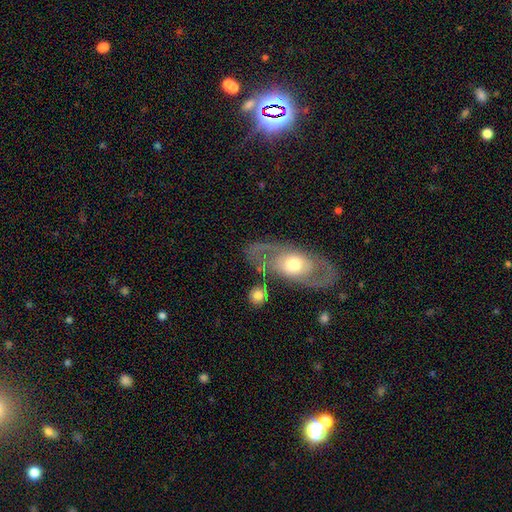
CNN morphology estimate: Q: Smooth or featured?
A: featured or disk (68%); runner-up: smooth (20%)
Q: Edge-on disk?
A: no (86%); runner-up: yes (14%)
Q: Bar?
A: no (79%); runner-up: weak (15%)
Q: Spiral arms?
A: yes (57%); runner-up: no (43%)
Q: Bulge size?
A: moderate (68%); runner-up: large (15%)
Q: Merging?
A: none (78%); runner-up: minor disturbance (13%)